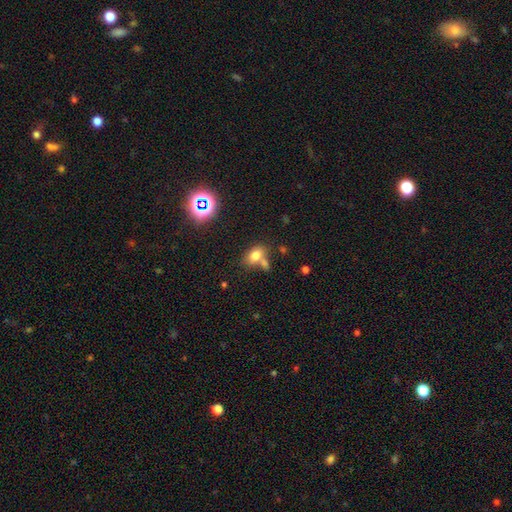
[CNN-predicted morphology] smooth_or_featured: smooth (p=0.74) [alt: star or artifact p=0.14]
how_rounded: in between (p=0.83) [alt: round p=0.14]
merging: none (p=0.49) [alt: merger p=0.33]